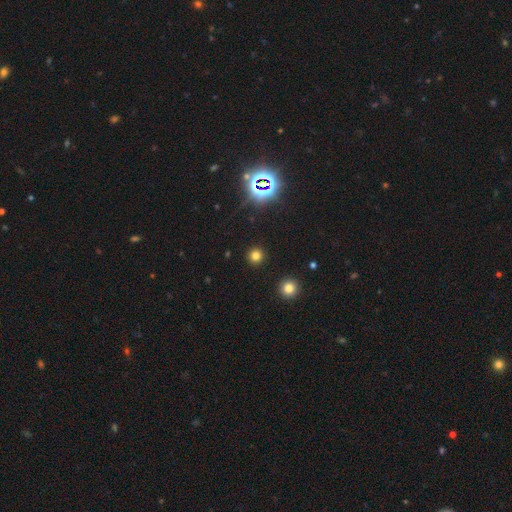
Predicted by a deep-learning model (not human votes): Overall: smooth (74%). How rounded: round (95%). Merging: none (92%).